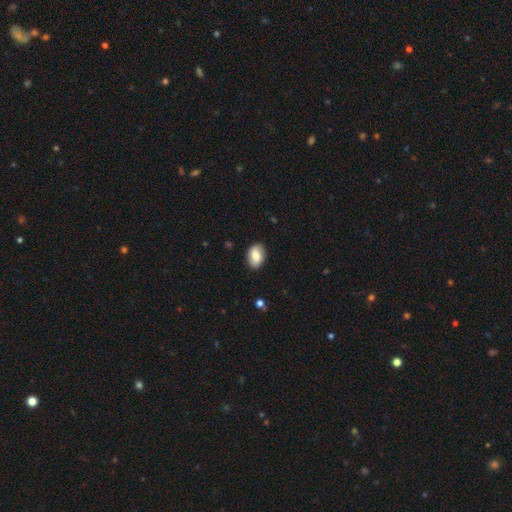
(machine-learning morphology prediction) Smooth or featured?
  - smooth: 75% *
  - featured or disk: 18%
  - star or artifact: 7%
How rounded?
  - in between: 84% *
  - round: 14%
  - cigar-shaped: 2%
Merging?
  - none: 84% *
  - minor disturbance: 12%
  - major disturbance: 3%
  - merger: 1%